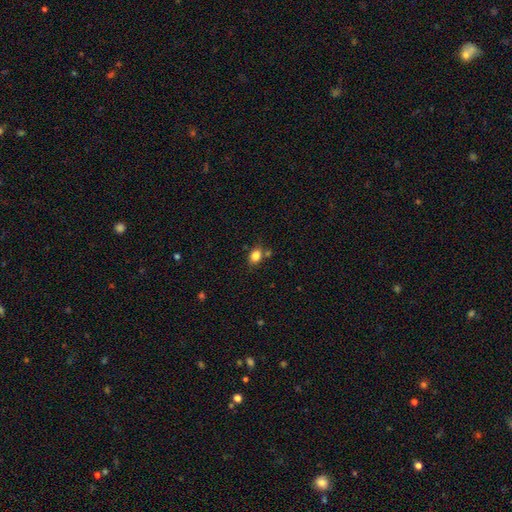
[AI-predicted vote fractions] A smooth galaxy with no disk features (84%) that is in between round and cigar-shaped (61%). Merging: none (69%).